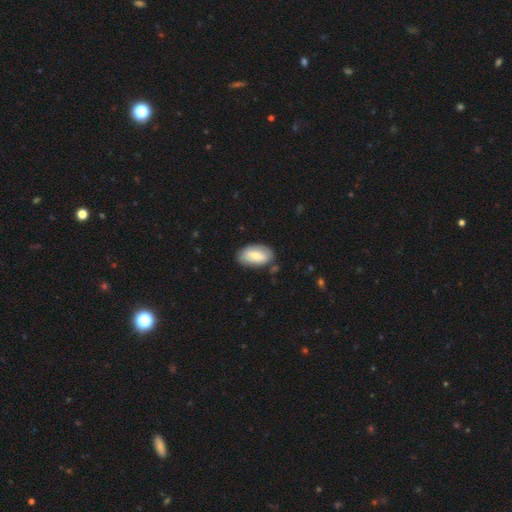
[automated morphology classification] Overall: smooth (68%). How rounded: in between (93%). Merging: none (79%).